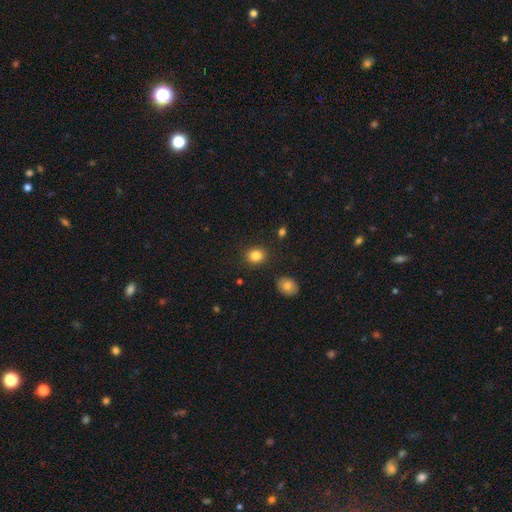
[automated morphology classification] smooth 85%, star or artifact 10%, featured or disk 5%. Down the decision tree: how rounded — round (66%); merging — none (88%).